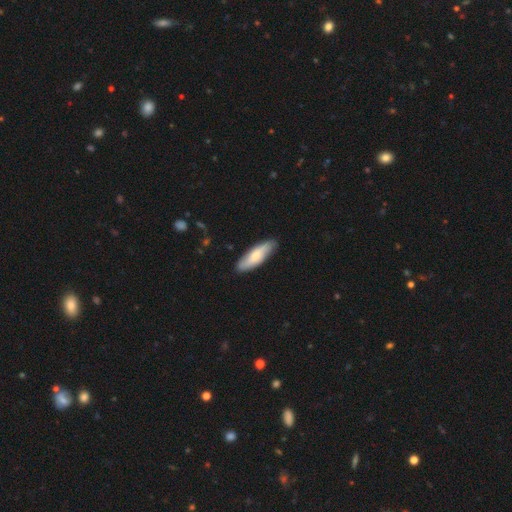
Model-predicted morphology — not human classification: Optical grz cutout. It shows a smooth galaxy with no disk features (63%) that is in between round and cigar-shaped (49%, tied with cigar-shaped). Merging: none (86%).